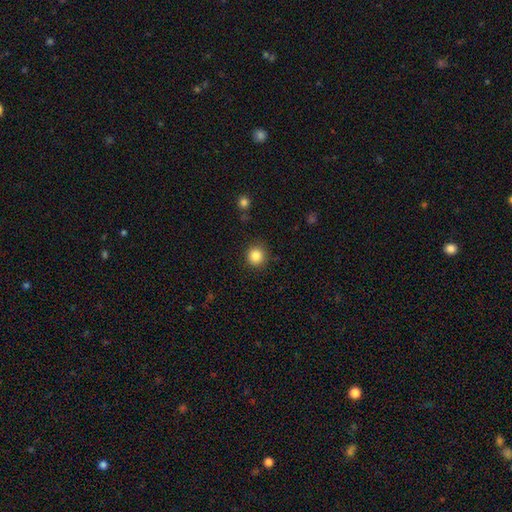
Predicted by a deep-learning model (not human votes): smooth-or-featured: smooth: 85% | star or artifact: 10% | featured or disk: 5%
  how-rounded: round: 92% | in between: 7% | cigar-shaped: 1%
  merging: none: 90% | minor disturbance: 7% | major disturbance: 2% | merger: 1%